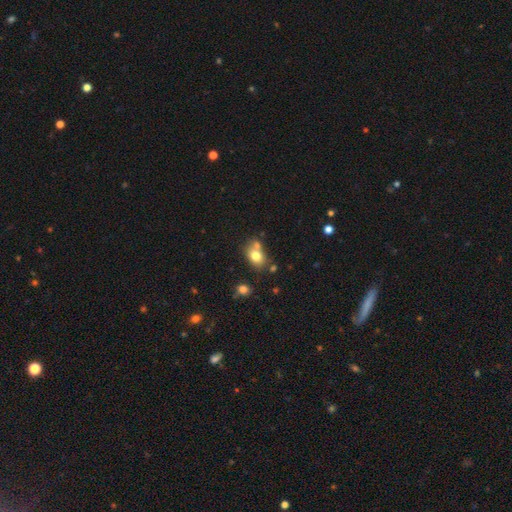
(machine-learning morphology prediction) A smooth galaxy with no disk features (76%) that is in between round and cigar-shaped (63%).

Vote fractions:
- Smooth or featured? smooth: 76% / featured or disk: 13% / star or artifact: 11%
- How rounded? in between: 63% / round: 35% / cigar-shaped: 1%
- Merging? none: 51% / merger: 30% / minor disturbance: 15% / major disturbance: 5%